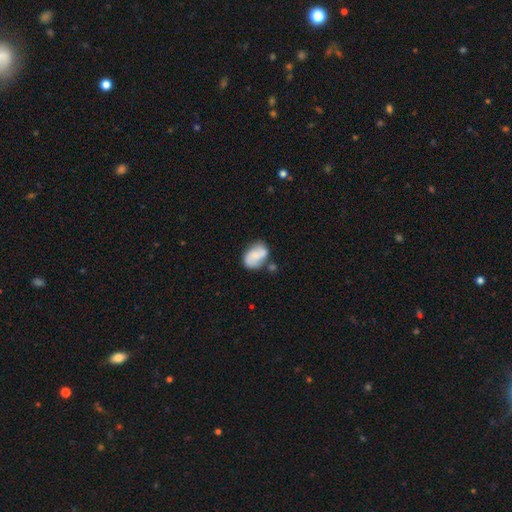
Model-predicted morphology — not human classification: type=smooth (57%); roundness=in between (81%); merging=none (49%).